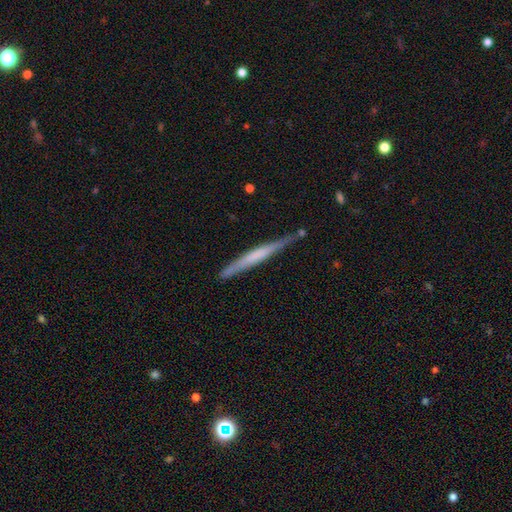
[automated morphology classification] This appears to be a featured or disk galaxy (52%) viewed edge-on (96%) with no central bulge (64%). Merging: none (79%).